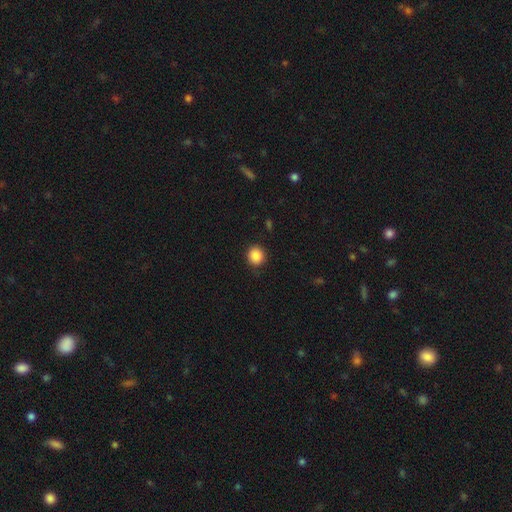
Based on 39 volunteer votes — Volunteers were most divided on "how rounded": round: 83%, in between: 17%, cigar-shaped: 0%. More confident: smooth or featured — smooth (92%); merging — none (89%).